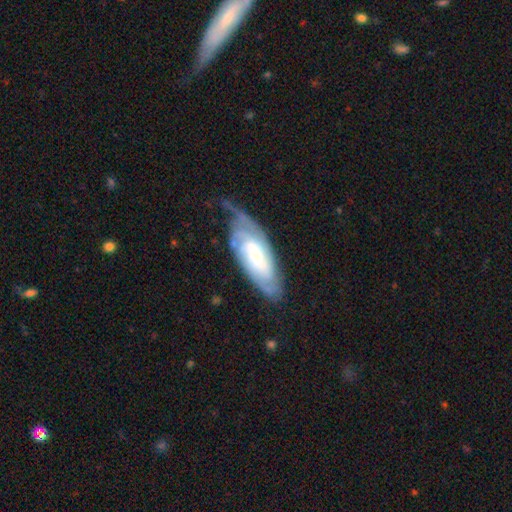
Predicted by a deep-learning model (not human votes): smooth_or_featured: featured or disk (p=0.75) [alt: smooth p=0.20]
disk_edge_on: no (p=0.89) [alt: yes p=0.11]
bar: no (p=0.53) [alt: weak p=0.35]
has_spiral_arms: yes (p=0.91) [alt: no p=0.09]
spiral_winding: tight (p=0.58) [alt: medium p=0.31]
spiral_arm_count: can't tell (p=0.40) [alt: 2 p=0.35]
bulge_size: small (p=0.59) [alt: moderate p=0.35]
merging: none (p=0.52) [alt: minor disturbance p=0.30]